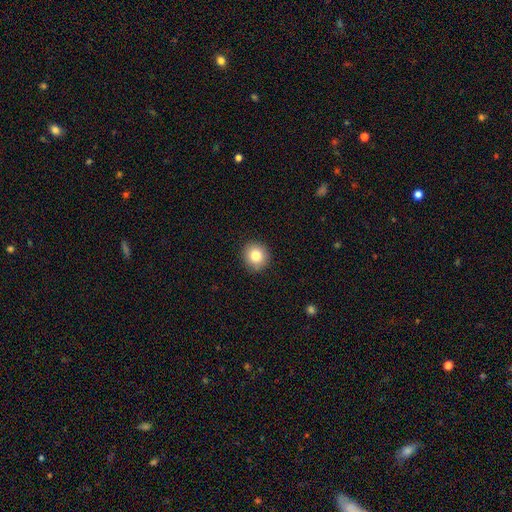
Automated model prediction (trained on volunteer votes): smooth 82%, star or artifact 10%, featured or disk 8%. Down the decision tree: how rounded — round (90%); merging — none (91%).